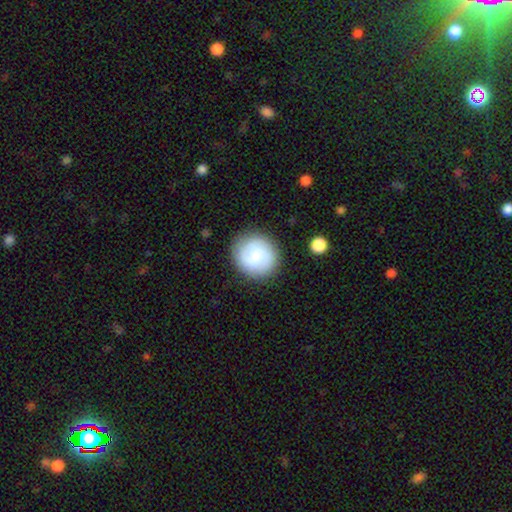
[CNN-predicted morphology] This appears to be a smooth galaxy with no disk features (61%) that is round (89%). Merging: none (83%).